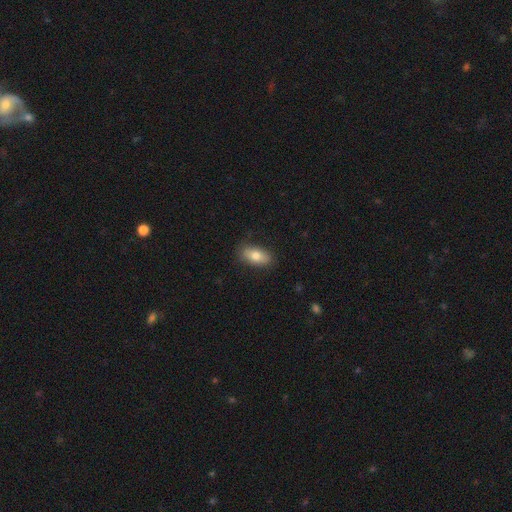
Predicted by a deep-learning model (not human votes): The model was most divided on "smooth or featured": smooth: 77%, featured or disk: 16%, star or artifact: 7%. More confident: how rounded — in between (88%); merging — none (82%).